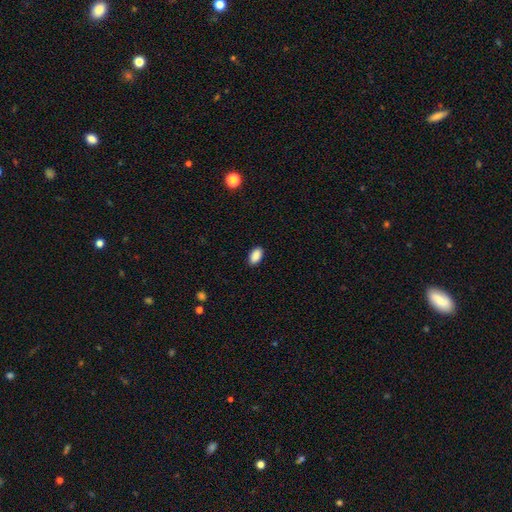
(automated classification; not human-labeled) Smooth or featured: smooth — 90% (star or artifact — 7%)
How rounded: in between — 93% (round — 5%)
Merging: none — 89% (minor disturbance — 9%)